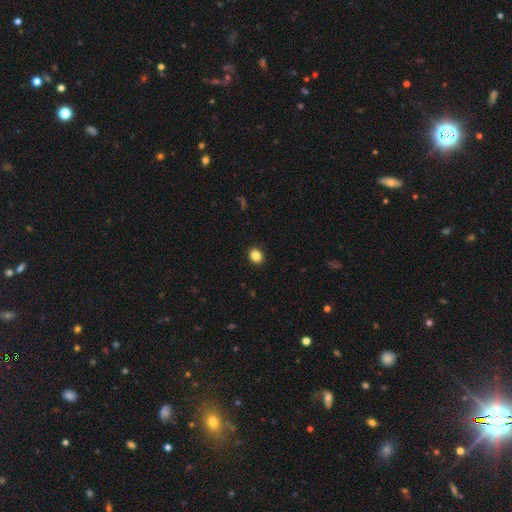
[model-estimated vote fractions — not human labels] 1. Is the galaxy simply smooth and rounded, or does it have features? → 85% smooth, 11% star or artifact, 4% featured or disk.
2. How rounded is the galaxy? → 77% round, 22% in between, 1% cigar-shaped.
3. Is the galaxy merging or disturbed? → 92% none, 5% minor disturbance, 2% major disturbance, 1% merger.